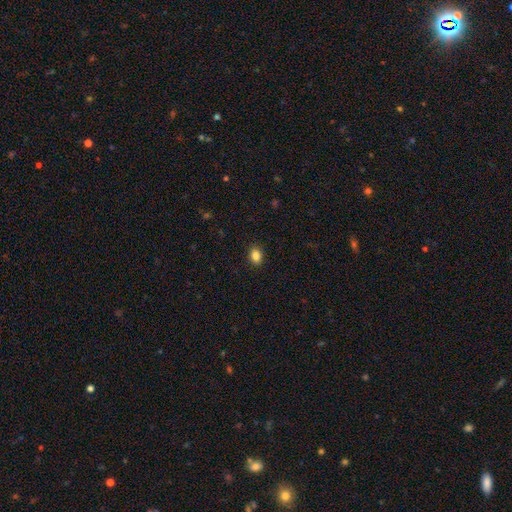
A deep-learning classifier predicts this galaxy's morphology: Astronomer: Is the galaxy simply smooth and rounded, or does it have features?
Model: smooth — 86%.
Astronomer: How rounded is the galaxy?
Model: in between — 71%.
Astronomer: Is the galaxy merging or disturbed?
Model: none — 90%.